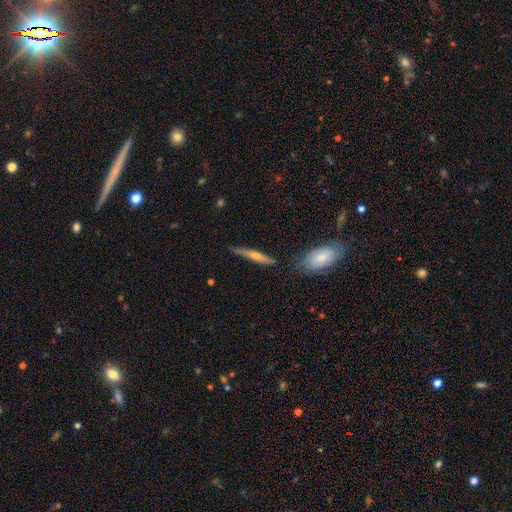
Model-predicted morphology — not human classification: featured or disk 50%, smooth 43%, star or artifact 7%. Down the decision tree: edge-on disk — yes (93%); merging — none (78%).